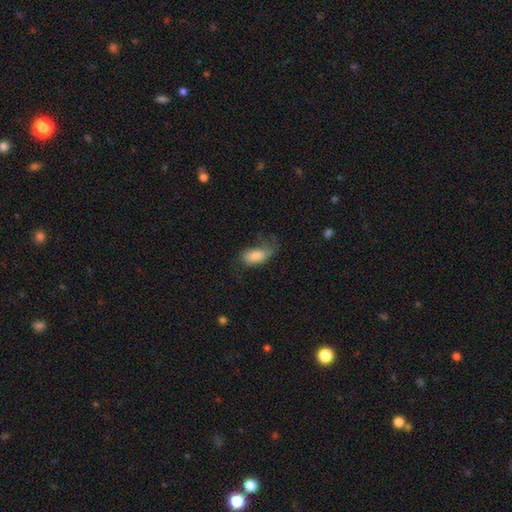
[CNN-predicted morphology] Q: Smooth or featured?
A: smooth (77%); runner-up: featured or disk (15%)
Q: How rounded?
A: in between (91%); runner-up: cigar-shaped (5%)
Q: Merging?
A: major disturbance (35%); runner-up: none (33%)